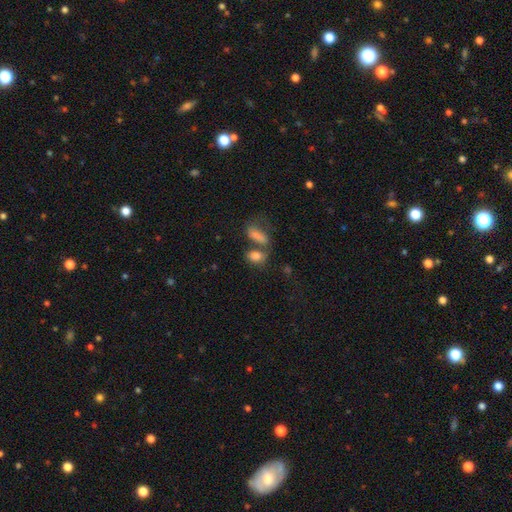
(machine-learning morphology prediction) The model was most divided on "merging": merger: 46%, none: 35%, minor disturbance: 11%, major disturbance: 8%. More confident: smooth or featured — smooth (80%); how rounded — in between (79%).